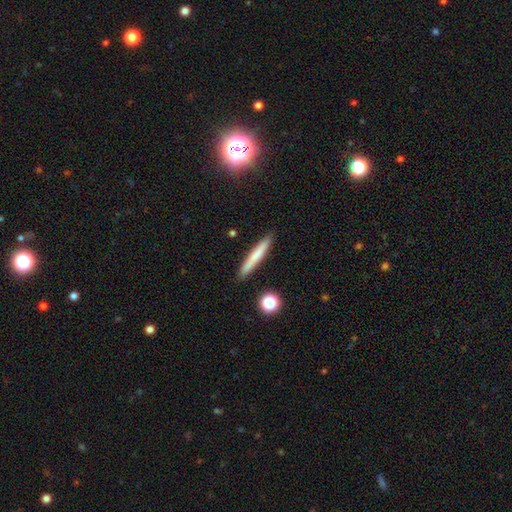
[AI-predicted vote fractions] Smooth or featured: smooth — 69% (featured or disk — 24%)
How rounded: cigar-shaped — 95% (in between — 4%)
Merging: none — 90% (minor disturbance — 7%)